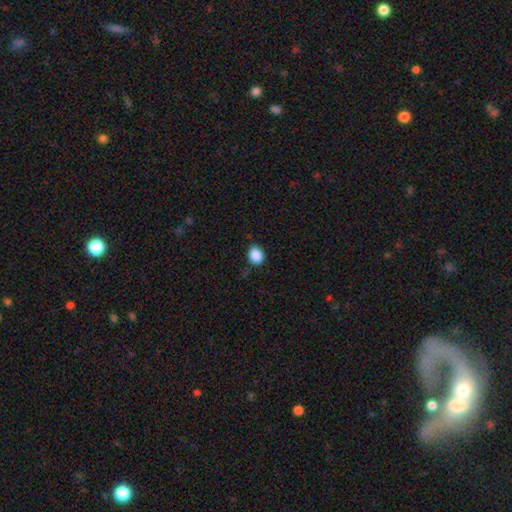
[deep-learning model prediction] A smooth galaxy with no disk features (88%) that is round (60%). Merging: none (77%).